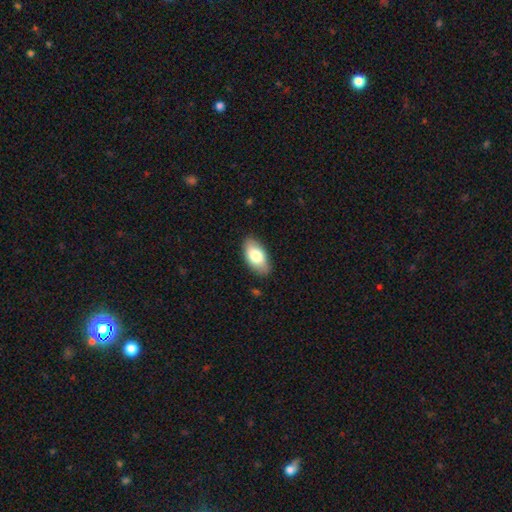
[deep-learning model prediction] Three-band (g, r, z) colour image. It shows a smooth galaxy with no disk features (79%) that is in between round and cigar-shaped (94%). Merging: none (86%).